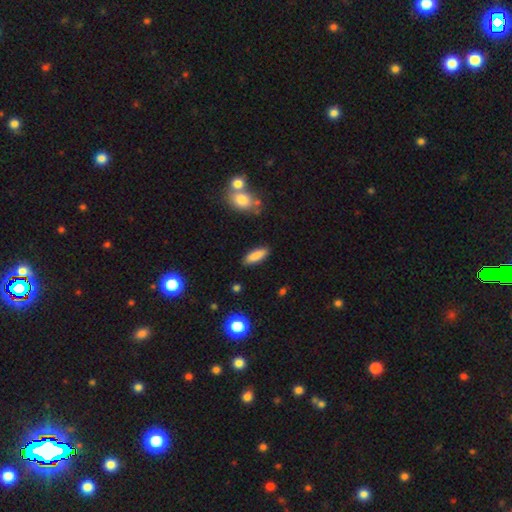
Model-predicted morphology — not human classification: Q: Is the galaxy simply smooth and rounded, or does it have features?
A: smooth — 86%.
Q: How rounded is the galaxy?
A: in between — 59%.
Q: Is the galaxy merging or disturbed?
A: none — 86%.